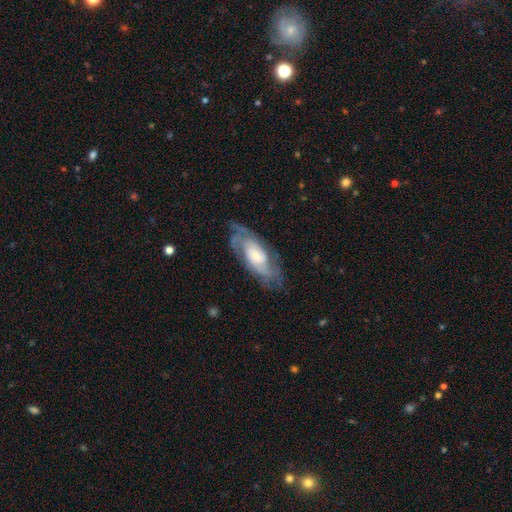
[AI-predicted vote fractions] This is likely a featured or disk galaxy (79%). It is clearly not viewed edge-on (90%). Bar: likely no (62%). Spiral arm pattern: clearly yes (93%). Spiral arm count: marginally can't tell (38%). Spiral winding: possibly tight (50%). Central bulge: marginally moderate (45%). Merging: likely none (71%).